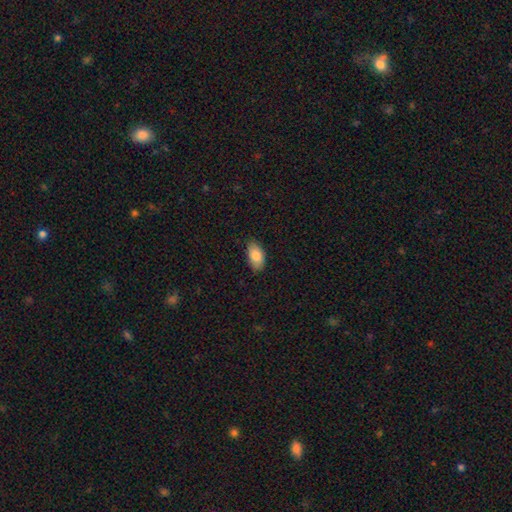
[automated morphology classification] type=smooth (84%); roundness=in between (93%); merging=none (85%).